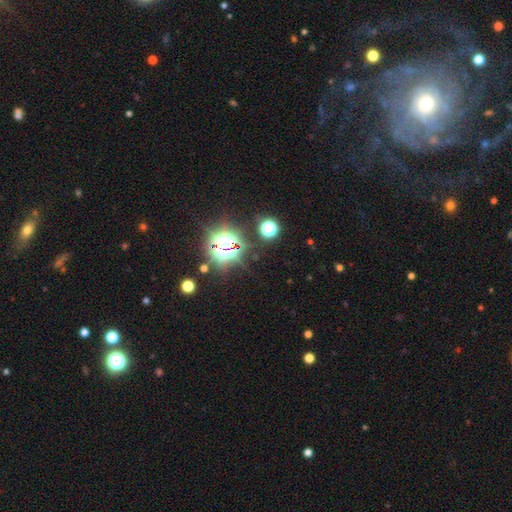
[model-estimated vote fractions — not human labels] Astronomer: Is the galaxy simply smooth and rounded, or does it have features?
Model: star or artifact — 55%.